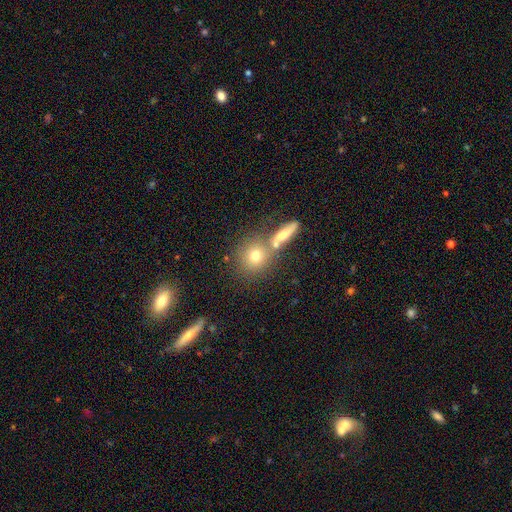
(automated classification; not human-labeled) smooth-or-featured: smooth: 71% | featured or disk: 17% | star or artifact: 13%
  how-rounded: round: 83% | in between: 14% | cigar-shaped: 3%
  merging: none: 59% | merger: 27% | minor disturbance: 10% | major disturbance: 4%